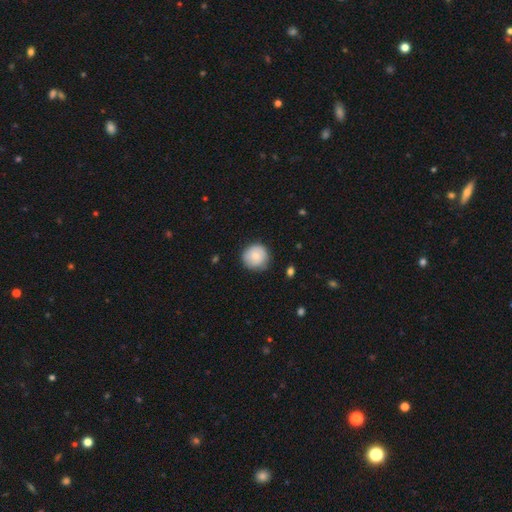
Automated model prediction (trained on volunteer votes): Smooth or featured?
  - smooth: 80% *
  - featured or disk: 13%
  - star or artifact: 7%
How rounded?
  - round: 94% *
  - in between: 5%
  - cigar-shaped: 1%
Merging?
  - none: 81% *
  - minor disturbance: 15%
  - major disturbance: 3%
  - merger: 1%